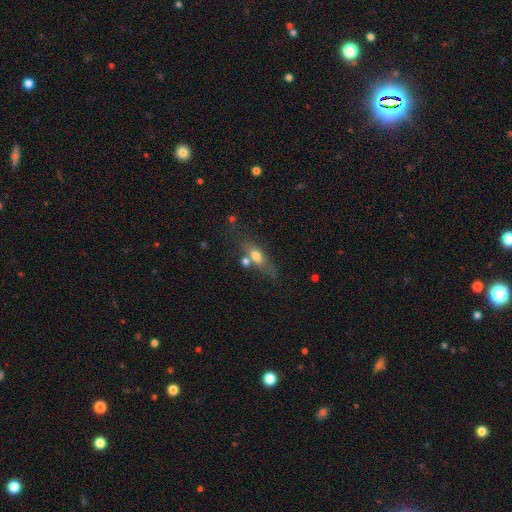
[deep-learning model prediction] Smooth or featured? Predicted: smooth (p=0.62). How rounded? Predicted: in between (p=0.60). Merging? Predicted: none (p=0.53).